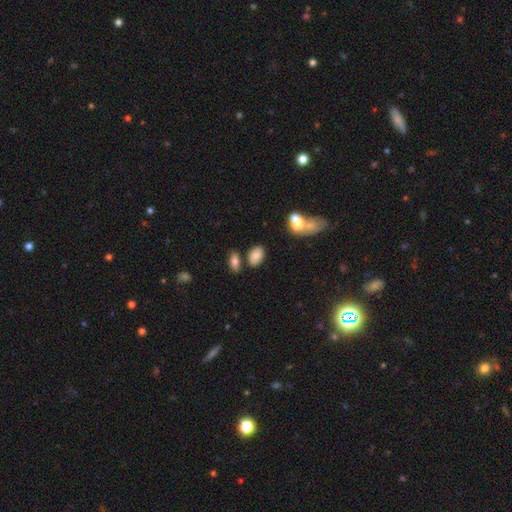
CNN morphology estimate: Overall: smooth (81%). How rounded: in between (88%). Merging: none (71%).